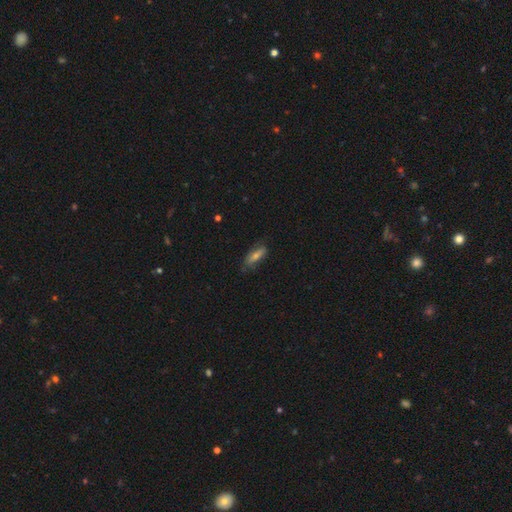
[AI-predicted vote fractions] Smooth or featured: smooth — 50% (featured or disk — 39%)
Merging: none — 74% (minor disturbance — 20%)